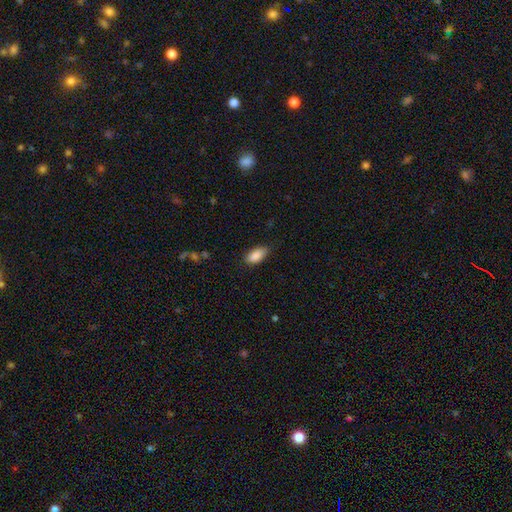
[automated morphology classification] smooth-or-featured: smooth: 88% | star or artifact: 7% | featured or disk: 5%
  how-rounded: in between: 91% | cigar-shaped: 6% | round: 3%
  merging: none: 80% | minor disturbance: 16% | major disturbance: 3% | merger: 1%